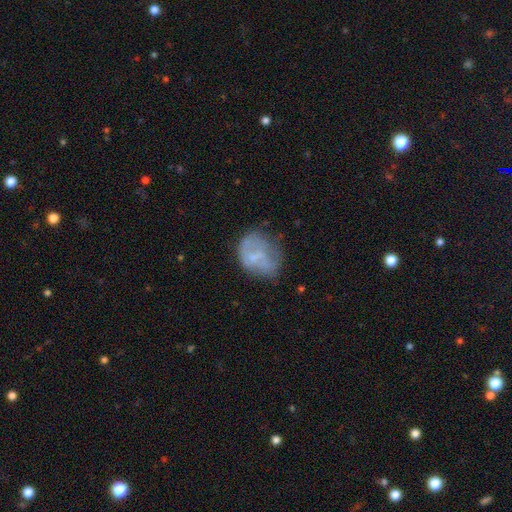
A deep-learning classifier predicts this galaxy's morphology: smooth_or_featured: smooth (p=0.50) [alt: featured or disk p=0.41]
merging: none (p=0.42) [alt: minor disturbance p=0.30]